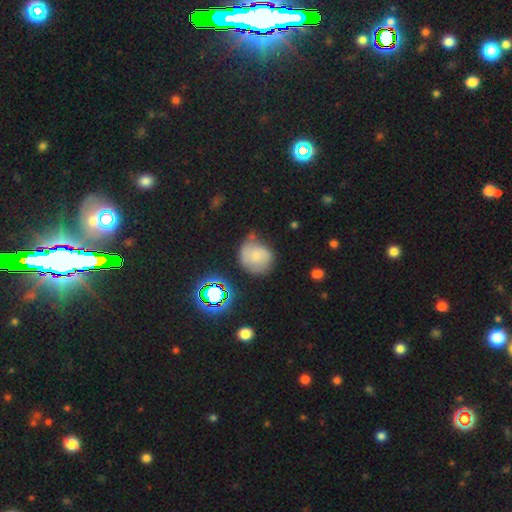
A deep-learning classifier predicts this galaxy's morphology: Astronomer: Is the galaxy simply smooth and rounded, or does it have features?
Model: smooth — 59%.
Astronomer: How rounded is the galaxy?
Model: round — 78%.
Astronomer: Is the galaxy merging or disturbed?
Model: none — 48% (runner-up: minor disturbance, 33%).